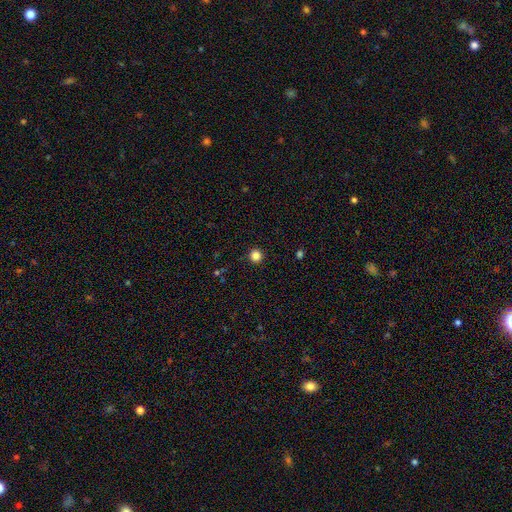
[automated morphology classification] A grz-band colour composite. It shows a smooth galaxy with no disk features (84%) that is round (95%). Merging: none (92%).